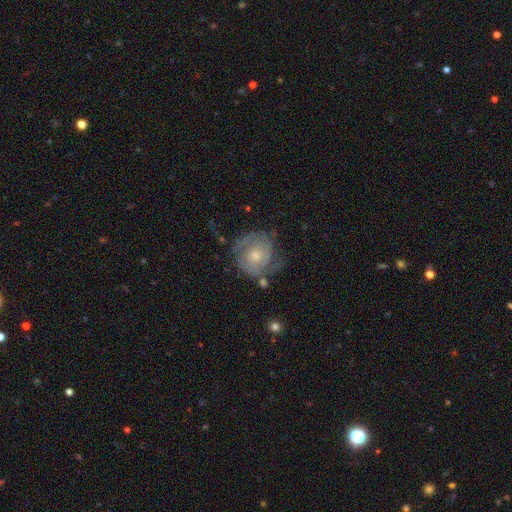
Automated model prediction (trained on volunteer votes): smooth-or-featured: featured or disk: 77% | smooth: 15% | star or artifact: 8%
  disk-edge-on: no: 97% | yes: 3%
    bar: no: 77% | weak: 19% | strong: 4%
    has-spiral-arms: yes: 90% | no: 10%
      spiral-winding: tight: 64% | medium: 28% | loose: 8%
      spiral-arm-count: 2: 53% | can't tell: 26% | 3: 10% | 1: 5% | 4: 3% | more than 4: 3%
    bulge-size: moderate: 52% | small: 42% | large: 3% | none: 2% | dominant: 1%
  merging: none: 67% | minor disturbance: 20% | major disturbance: 10% | merger: 3%